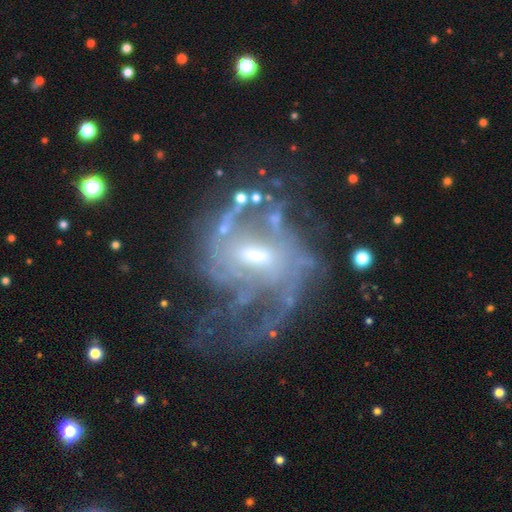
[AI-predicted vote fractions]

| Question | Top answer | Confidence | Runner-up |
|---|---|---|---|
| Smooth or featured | featured or disk | 83% | star or artifact (9%) |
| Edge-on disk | no | 97% | yes (3%) |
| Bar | weak | 51% | no (29%) |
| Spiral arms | yes | 87% | no (13%) |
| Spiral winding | medium | 44% | loose (28%) |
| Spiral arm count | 2 | 34% | can't tell (32%) |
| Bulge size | moderate | 53% | small (33%) |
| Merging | none | 44% | major disturbance (32%) |